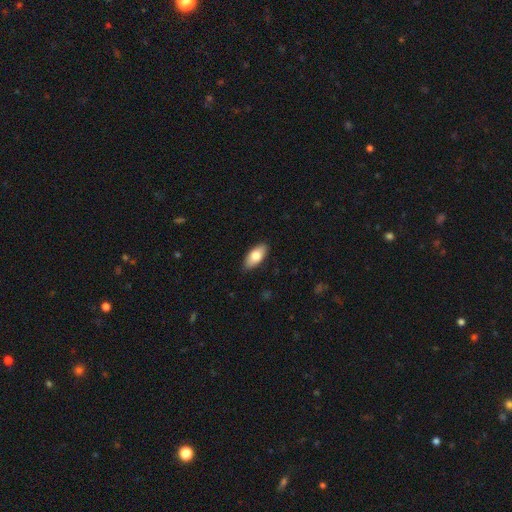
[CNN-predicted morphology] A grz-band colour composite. It shows a smooth galaxy with no disk features (78%) that is in between round and cigar-shaped (89%). Merging: none (87%).